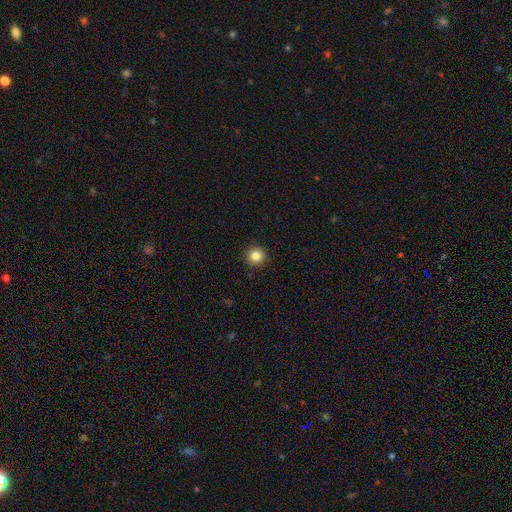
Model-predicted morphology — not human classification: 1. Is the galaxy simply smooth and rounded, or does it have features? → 84% smooth, 11% star or artifact, 5% featured or disk.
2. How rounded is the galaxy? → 94% round, 5% in between, 1% cigar-shaped.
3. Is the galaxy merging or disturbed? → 92% none, 6% minor disturbance, 2% major disturbance, 1% merger.